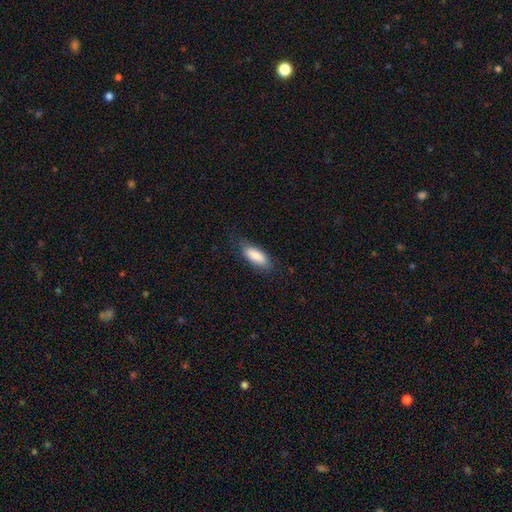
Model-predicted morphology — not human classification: Smooth or featured? Predicted: smooth (p=0.86). How rounded? Predicted: in between (p=0.75). Merging? Predicted: none (p=0.73).